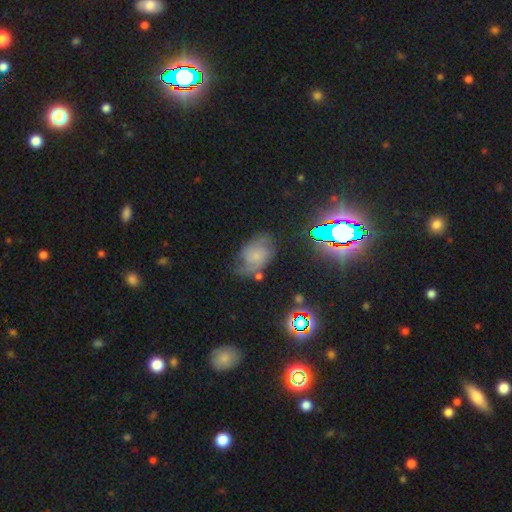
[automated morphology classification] Q: Smooth or featured?
A: featured or disk (54%); runner-up: smooth (27%)
Q: Edge-on disk?
A: no (96%); runner-up: yes (4%)
Q: Bar?
A: no (74%); runner-up: weak (21%)
Q: Spiral arms?
A: yes (88%); runner-up: no (12%)
Q: Bulge size?
A: small (64%); runner-up: moderate (19%)
Q: Merging?
A: none (55%); runner-up: minor disturbance (27%)